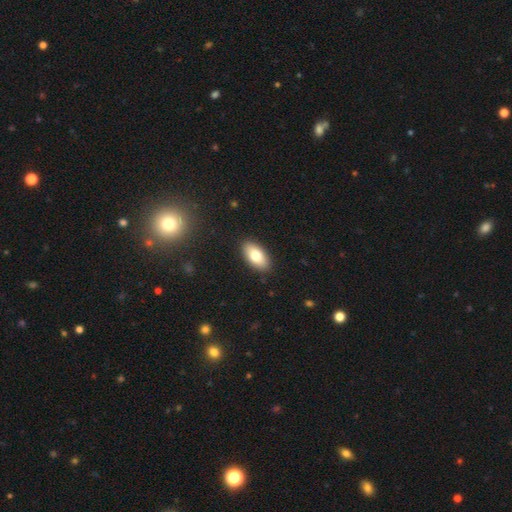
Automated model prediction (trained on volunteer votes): This appears to be a smooth galaxy with no disk features (79%) that is in between round and cigar-shaped (93%). Merging: none (89%).